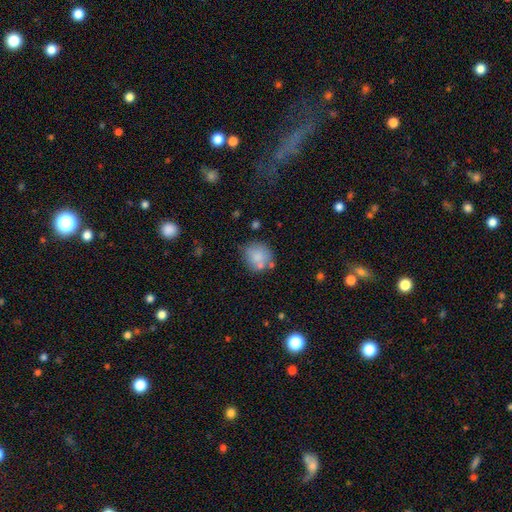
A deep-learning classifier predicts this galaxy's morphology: This appears to be a smooth galaxy with no disk features (78%) that is round (78%). Merging: none (66%).